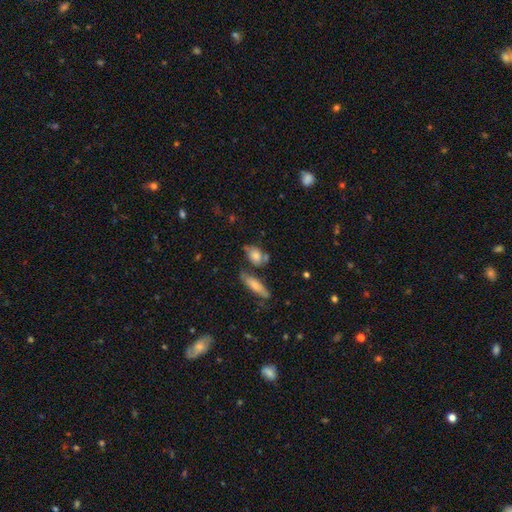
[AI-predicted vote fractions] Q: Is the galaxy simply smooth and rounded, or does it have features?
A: smooth — 66%.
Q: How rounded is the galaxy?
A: in between — 70%.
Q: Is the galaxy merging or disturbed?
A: none — 50%.